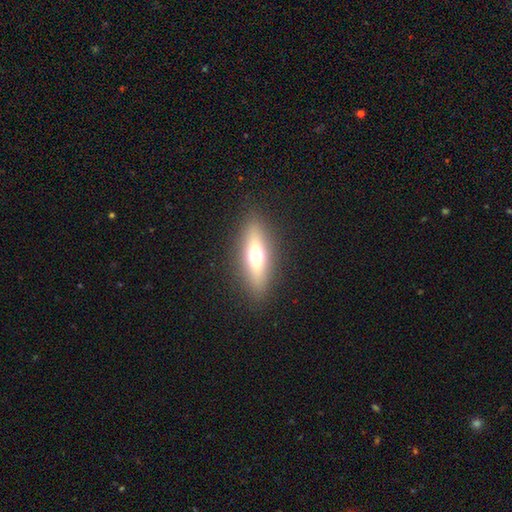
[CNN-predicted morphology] Q: Smooth or featured?
A: smooth (52%); runner-up: featured or disk (38%)
Q: How rounded?
A: cigar-shaped (49%); runner-up: in between (46%)
Q: Merging?
A: none (89%); runner-up: minor disturbance (7%)